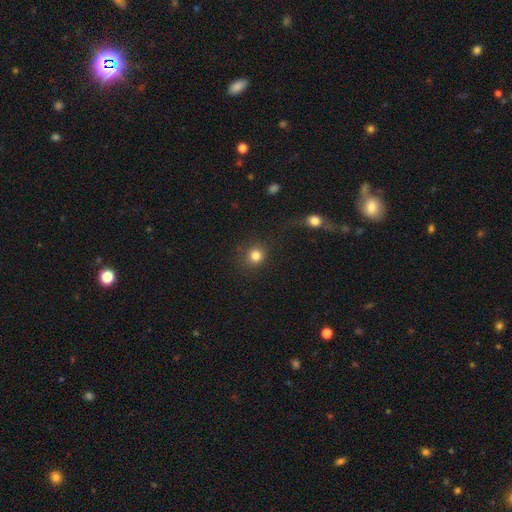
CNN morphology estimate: Q: Smooth or featured?
A: smooth (83%); runner-up: star or artifact (12%)
Q: How rounded?
A: round (89%); runner-up: in between (10%)
Q: Merging?
A: none (85%); runner-up: minor disturbance (8%)